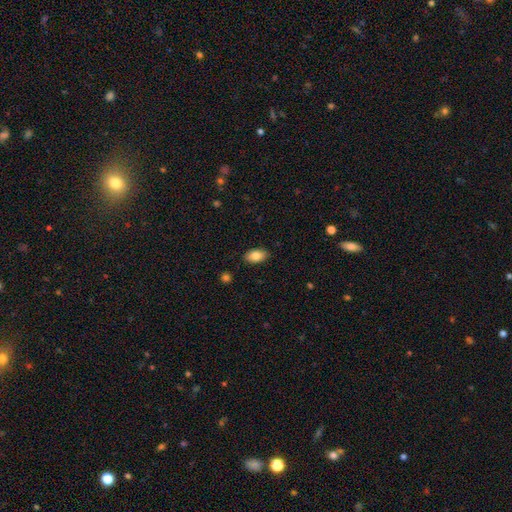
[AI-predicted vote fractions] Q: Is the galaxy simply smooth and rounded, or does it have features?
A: smooth — 83%.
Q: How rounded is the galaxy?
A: in between — 93%.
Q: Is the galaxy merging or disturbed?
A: none — 88%.